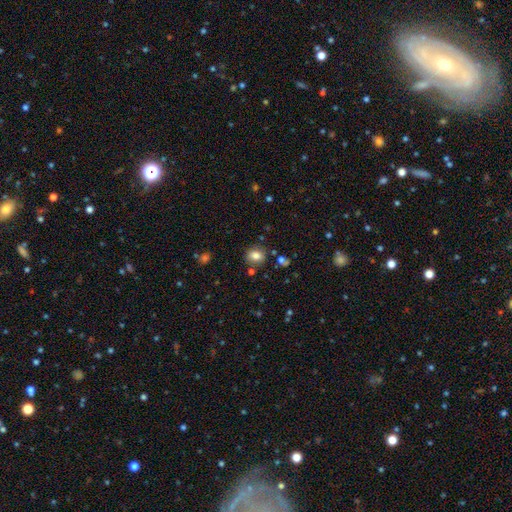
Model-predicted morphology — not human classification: Smooth or featured? smooth (81%)
How rounded? round (69%)
Merging? none (82%)